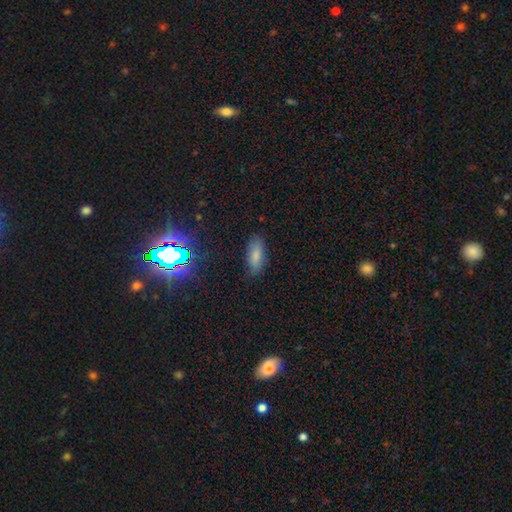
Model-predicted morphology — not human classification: The model was most divided on "merging": none: 77%, minor disturbance: 17%, major disturbance: 4%, merger: 1%. More confident: how rounded — in between (79%); smooth or featured — smooth (76%).